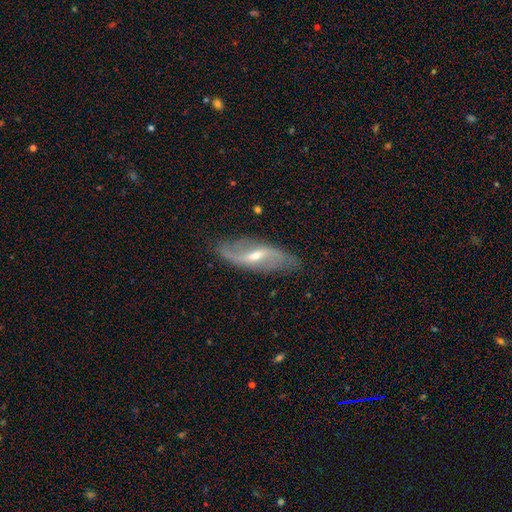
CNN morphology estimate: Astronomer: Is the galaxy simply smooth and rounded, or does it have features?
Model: featured or disk — 83%.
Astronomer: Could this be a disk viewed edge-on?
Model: no — 87%.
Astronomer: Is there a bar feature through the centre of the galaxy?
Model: weak — 46% (runner-up: strong, 38%).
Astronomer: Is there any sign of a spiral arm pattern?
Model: yes — 92%.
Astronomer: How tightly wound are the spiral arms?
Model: loose — 76%.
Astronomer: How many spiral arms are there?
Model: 2 — 90%.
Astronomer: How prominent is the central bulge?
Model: small — 48% (runner-up: moderate, 47%).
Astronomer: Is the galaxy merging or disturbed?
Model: none — 79%.